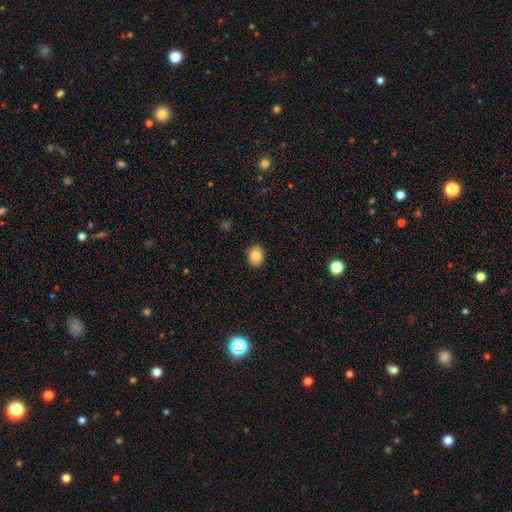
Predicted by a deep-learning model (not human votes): Smooth or featured? smooth (84%)
How rounded? in between (67%)
Merging? none (89%)